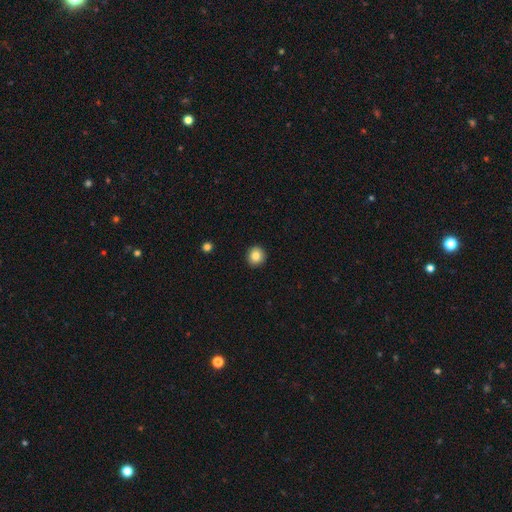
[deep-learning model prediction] Smooth or featured: smooth — 84% (star or artifact — 9%)
How rounded: round — 89% (in between — 10%)
Merging: none — 92% (minor disturbance — 5%)